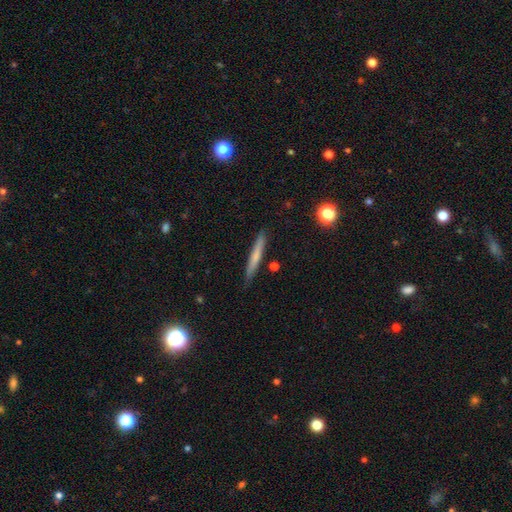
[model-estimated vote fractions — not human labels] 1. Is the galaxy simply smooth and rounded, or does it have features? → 63% smooth, 31% featured or disk, 6% star or artifact.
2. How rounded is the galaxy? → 95% cigar-shaped, 3% in between, 1% round.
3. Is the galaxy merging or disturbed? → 85% none, 11% minor disturbance, 2% merger, 2% major disturbance.